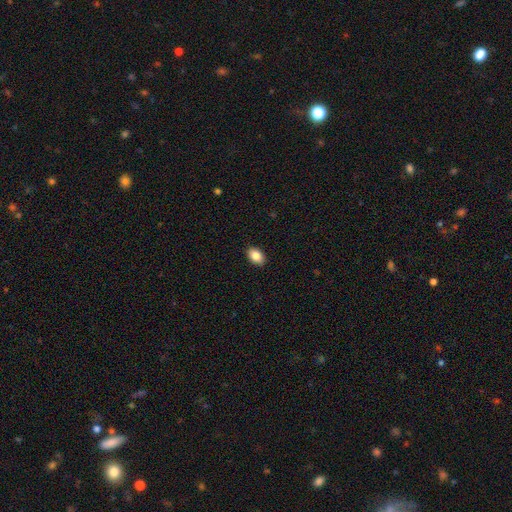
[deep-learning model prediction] The model was most divided on "how rounded": in between: 87%, round: 12%, cigar-shaped: 1%. More confident: merging — none (90%); smooth or featured — smooth (85%).